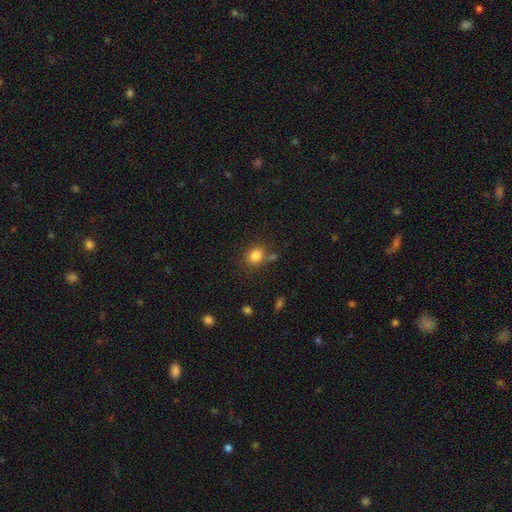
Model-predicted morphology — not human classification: Q: Smooth or featured?
A: smooth (83%); runner-up: star or artifact (11%)
Q: How rounded?
A: round (66%); runner-up: in between (33%)
Q: Merging?
A: none (68%); runner-up: minor disturbance (14%)